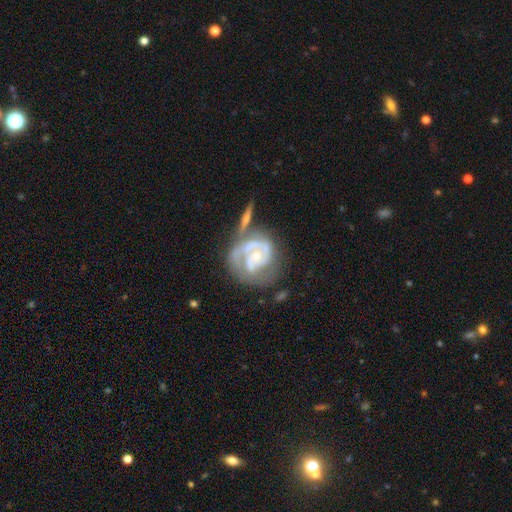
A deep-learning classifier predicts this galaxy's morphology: Smooth or featured: featured or disk — 85% (smooth — 9%)
Edge-on disk: no — 97% (yes — 3%)
Bar: no — 64% (weak — 28%)
Spiral arms: yes — 93% (no — 7%)
Spiral winding: tight — 57% (medium — 34%)
Spiral arm count: 2 — 51% (can't tell — 17%)
Bulge size: small — 60% (moderate — 36%)
Merging: none — 43% (merger — 21%)